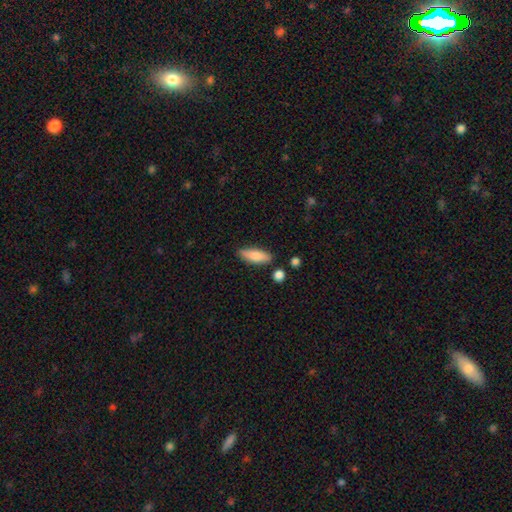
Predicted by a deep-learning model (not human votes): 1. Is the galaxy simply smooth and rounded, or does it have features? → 80% smooth, 14% featured or disk, 6% star or artifact.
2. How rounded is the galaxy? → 61% in between, 36% cigar-shaped, 2% round.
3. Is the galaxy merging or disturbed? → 82% none, 12% minor disturbance, 4% merger, 3% major disturbance.